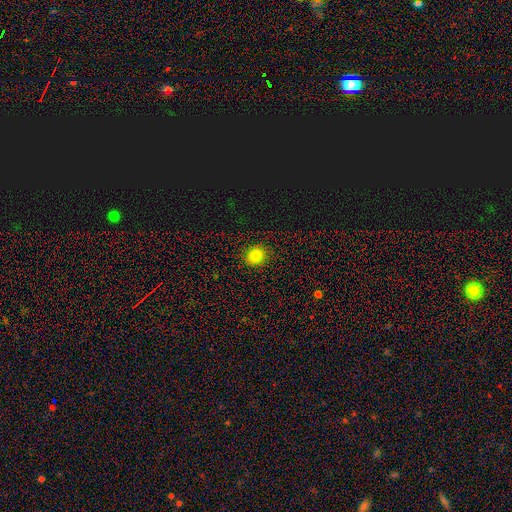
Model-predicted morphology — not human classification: smooth_or_featured: smooth (p=0.79) [alt: star or artifact p=0.14]
how_rounded: round (p=0.82) [alt: in between p=0.17]
merging: none (p=0.90) [alt: minor disturbance p=0.07]